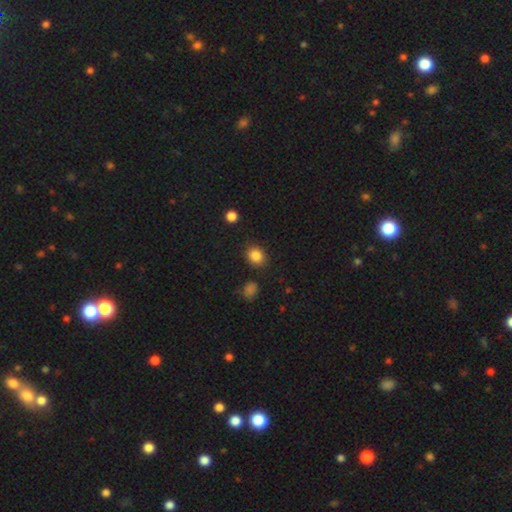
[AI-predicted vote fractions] Morphology: type=smooth (85%); roundness=round (57%); merging=none (85%).